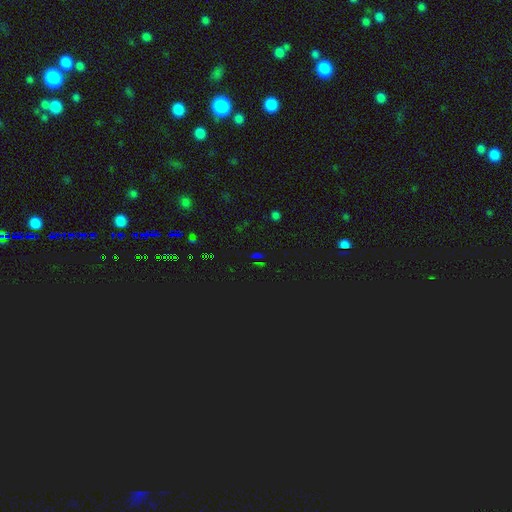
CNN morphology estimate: Overall: star or artifact (70%).